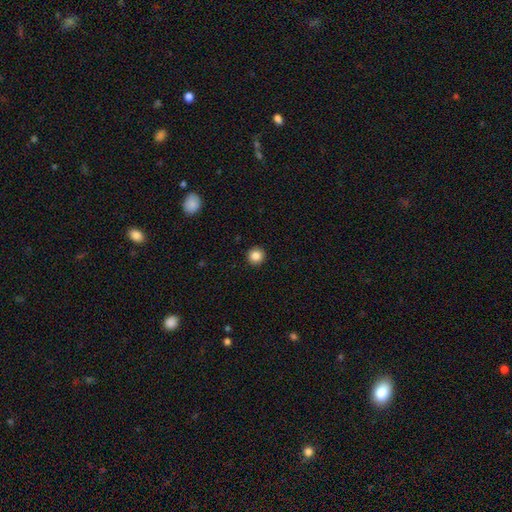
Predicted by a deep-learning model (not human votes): A smooth galaxy with no disk features (86%) that is round (94%). Merging: none (93%).